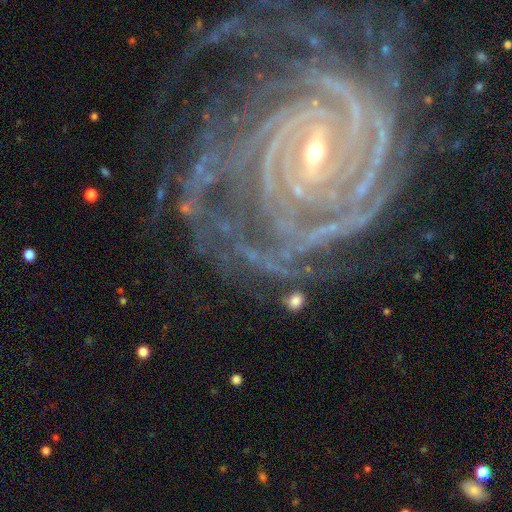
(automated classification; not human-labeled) Q: Smooth or featured?
A: featured or disk (89%); runner-up: star or artifact (7%)
Q: Edge-on disk?
A: no (97%); runner-up: yes (3%)
Q: Bar?
A: strong (42%); runner-up: weak (35%)
Q: Spiral arms?
A: yes (98%); runner-up: no (2%)
Q: Spiral winding?
A: tight (82%); runner-up: medium (15%)
Q: Spiral arm count?
A: 4 (21%); runner-up: can't tell (20%)
Q: Bulge size?
A: small (65%); runner-up: moderate (31%)
Q: Merging?
A: none (72%); runner-up: minor disturbance (16%)